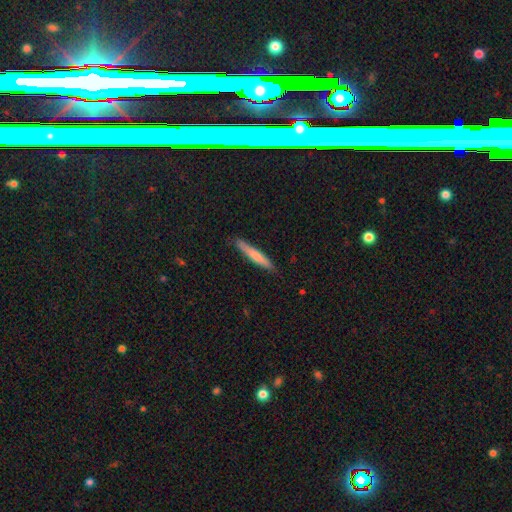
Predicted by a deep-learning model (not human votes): Smooth or featured? smooth (68%)
How rounded? cigar-shaped (93%)
Merging? none (85%)